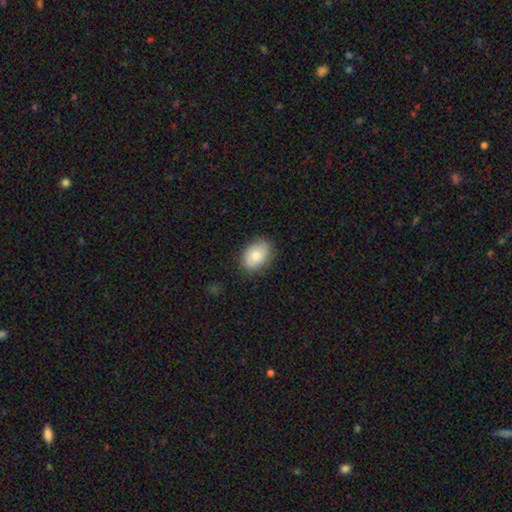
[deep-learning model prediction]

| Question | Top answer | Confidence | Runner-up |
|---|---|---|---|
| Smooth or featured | smooth | 75% | featured or disk (18%) |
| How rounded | in between | 82% | round (17%) |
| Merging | none | 82% | minor disturbance (14%) |